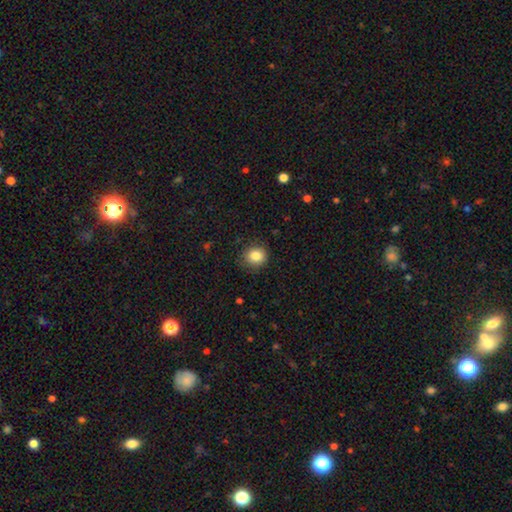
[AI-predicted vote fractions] smooth-or-featured: smooth: 84% | star or artifact: 10% | featured or disk: 6%
  how-rounded: round: 82% | in between: 17% | cigar-shaped: 1%
  merging: none: 85% | minor disturbance: 11% | major disturbance: 3% | merger: 1%